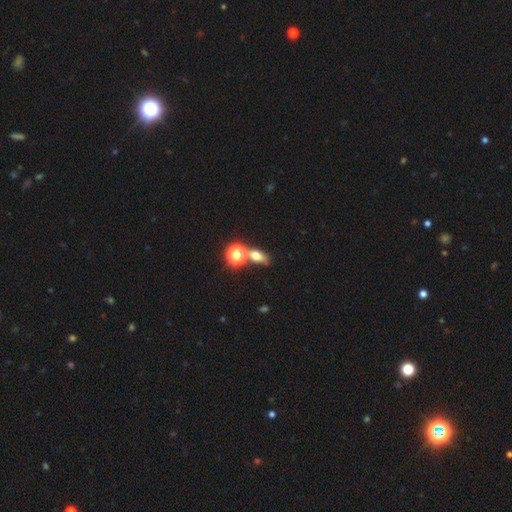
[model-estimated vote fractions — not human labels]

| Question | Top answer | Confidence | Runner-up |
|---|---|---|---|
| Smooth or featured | smooth | 64% | star or artifact (20%) |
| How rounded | in between | 64% | round (29%) |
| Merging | none | 55% | merger (27%) |